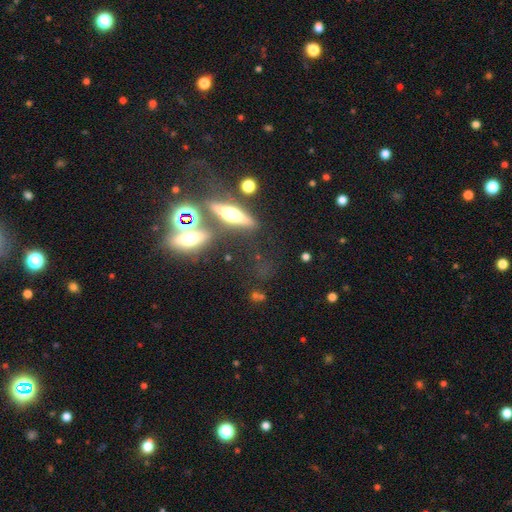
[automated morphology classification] featured or disk 38%, star or artifact 32%, smooth 30%. Down the decision tree: merging — merger (40%).